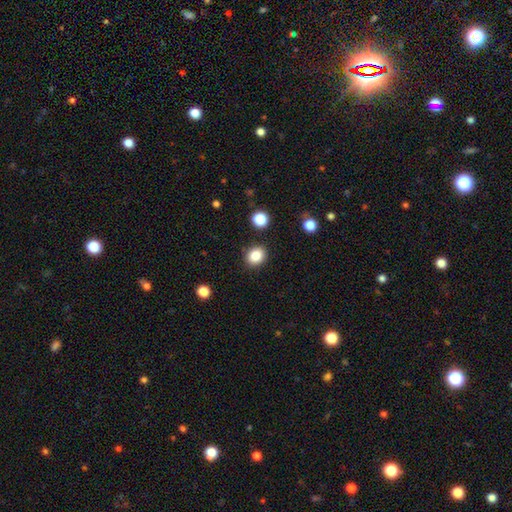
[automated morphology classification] This appears to be a smooth galaxy with no disk features (85%) that is round (59%). Merging: none (88%).